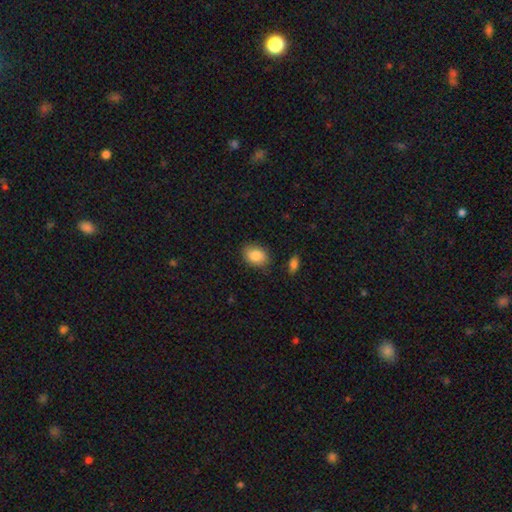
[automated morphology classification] smooth_or_featured: smooth (p=0.86) [alt: star or artifact p=0.08]
how_rounded: in between (p=0.76) [alt: round p=0.23]
merging: none (p=0.82) [alt: minor disturbance p=0.13]